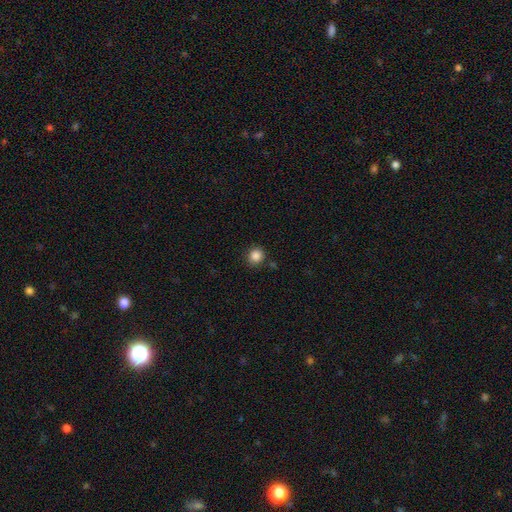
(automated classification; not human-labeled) A smooth galaxy with no disk features (86%) that is round (86%). Merging: none (85%).